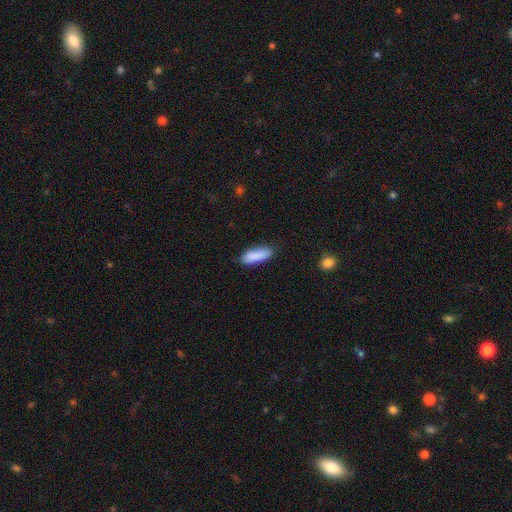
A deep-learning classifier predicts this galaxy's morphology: Overall: smooth (89%). How rounded: in between (60%; cigar-shaped 38%). Merging: none (82%).